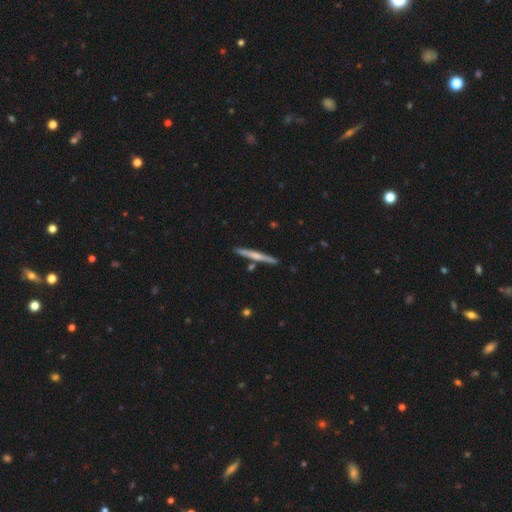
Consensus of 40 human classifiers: smooth_or_featured: smooth (p=0.47) [tied with: featured or disk p=0.47]
how_rounded: cigar-shaped (p=0.95) [alt: round p=0.05]
merging: none (p=0.82) [alt: minor disturbance p=0.08]